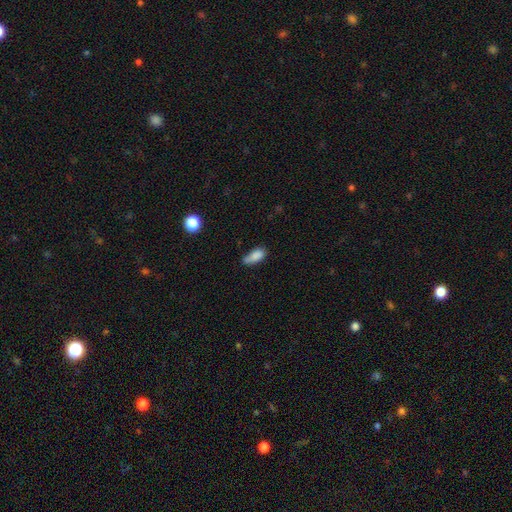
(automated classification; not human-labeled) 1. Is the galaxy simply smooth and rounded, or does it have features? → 82% smooth, 9% star or artifact, 9% featured or disk.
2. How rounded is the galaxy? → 84% in between, 12% cigar-shaped, 4% round.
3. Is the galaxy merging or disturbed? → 47% none, 36% minor disturbance, 10% major disturbance, 7% merger.